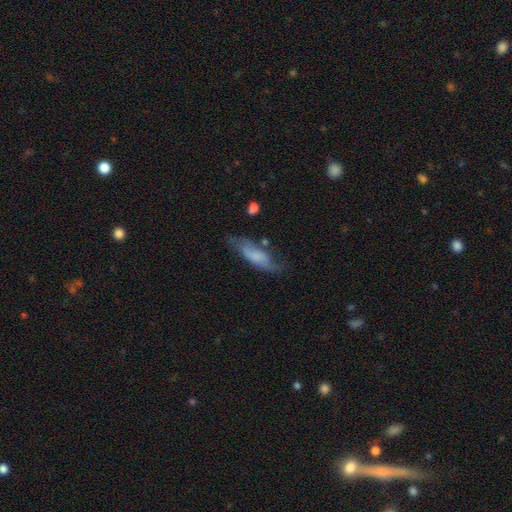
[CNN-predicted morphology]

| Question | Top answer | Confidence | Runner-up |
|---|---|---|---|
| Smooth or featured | smooth | 52% | featured or disk (40%) |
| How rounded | in between | 53% | cigar-shaped (44%) |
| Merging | none | 53% | minor disturbance (28%) |